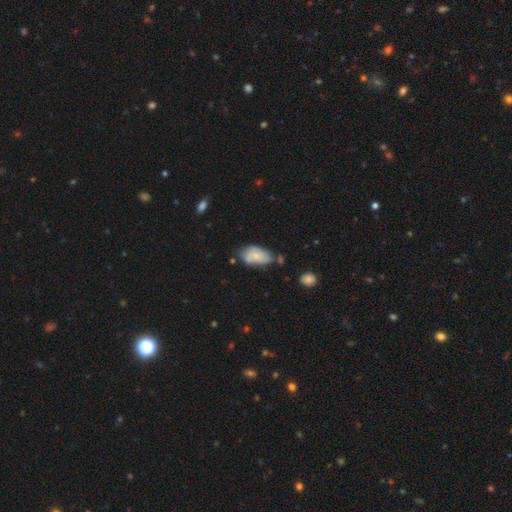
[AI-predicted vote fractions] Smooth or featured? smooth (57%)
How rounded? in between (93%)
Merging? none (46%)